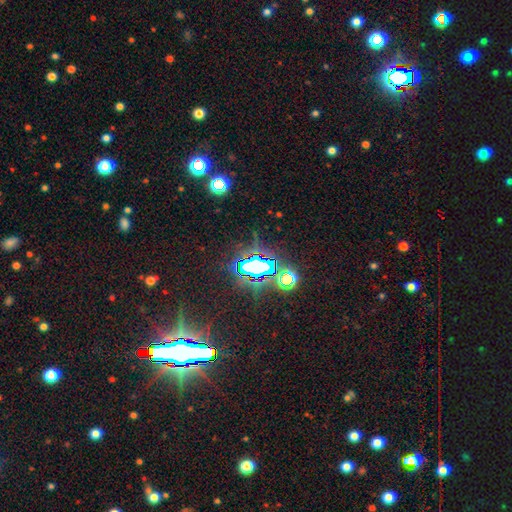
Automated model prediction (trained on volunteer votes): This is likely a star or artifact rather than a galaxy (73%).